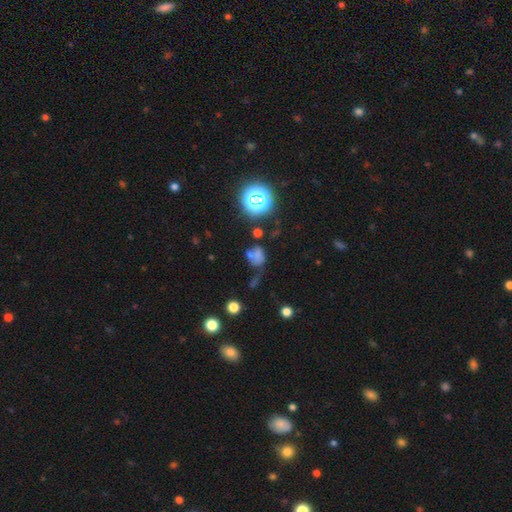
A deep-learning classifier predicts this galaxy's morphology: Smooth or featured? smooth (54%)
How rounded? in between (57%)
Merging? none (34%)